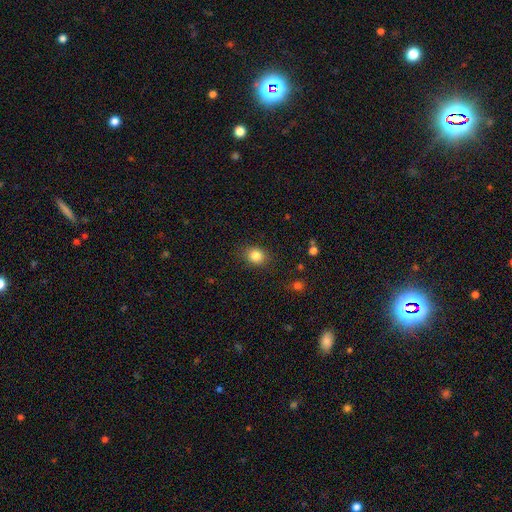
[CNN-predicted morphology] smooth 83%, star or artifact 11%, featured or disk 6%. Down the decision tree: how rounded — round (65%); merging — none (86%).